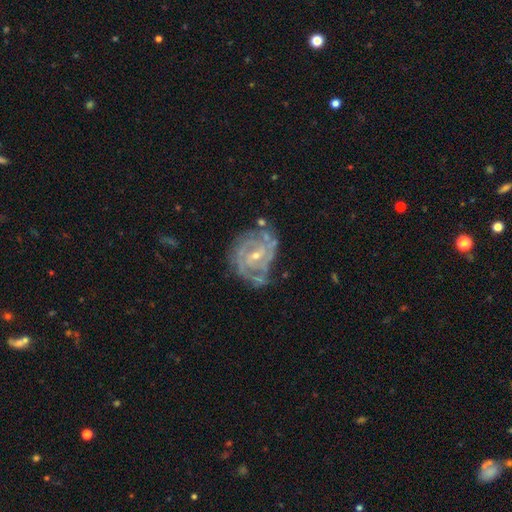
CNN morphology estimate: type=featured or disk (89%); edge-on=no (97%); bar=weak (44%); spiral arms=yes (97%); winding=tight (68%); arm count=2 (30%); bulge=small (67%); merging=none (60%).